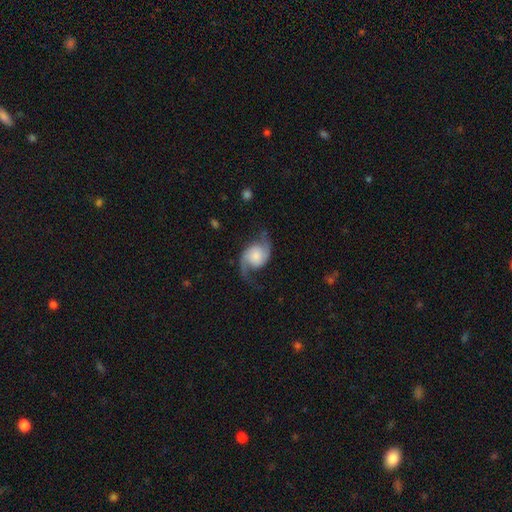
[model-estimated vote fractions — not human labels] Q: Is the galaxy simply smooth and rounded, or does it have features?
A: featured or disk — 85%.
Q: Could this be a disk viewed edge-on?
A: no — 98%.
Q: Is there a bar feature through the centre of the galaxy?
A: no — 71%.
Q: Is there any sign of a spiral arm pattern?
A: yes — 97%.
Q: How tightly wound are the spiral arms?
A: loose — 60%.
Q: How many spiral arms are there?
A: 2 — 92%.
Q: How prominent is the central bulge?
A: small — 25%.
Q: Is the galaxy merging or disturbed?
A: none — 68%.